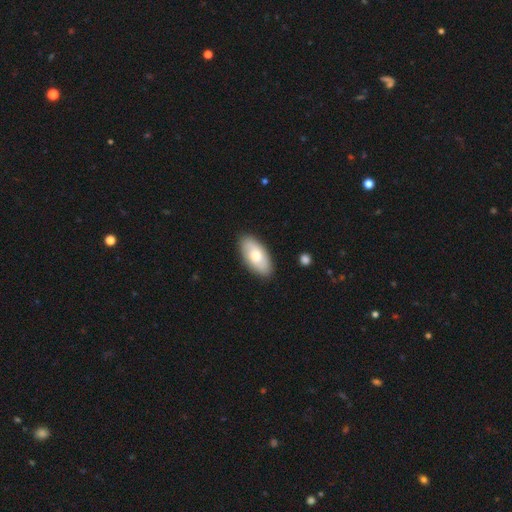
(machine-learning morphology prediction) Q: Smooth or featured?
A: smooth (65%); runner-up: featured or disk (29%)
Q: How rounded?
A: in between (92%); runner-up: cigar-shaped (5%)
Q: Merging?
A: none (87%); runner-up: minor disturbance (9%)